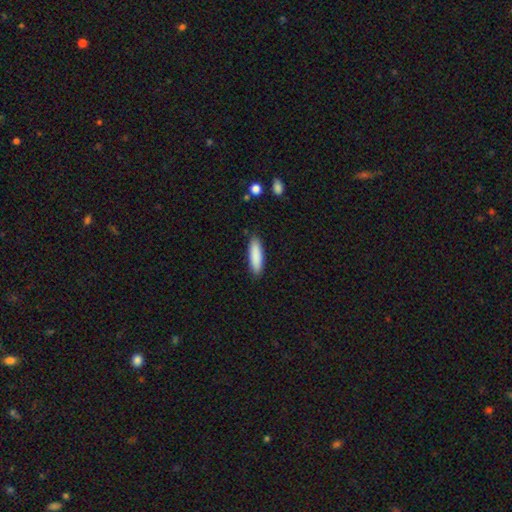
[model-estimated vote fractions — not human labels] Overall: smooth (88%). How rounded: cigar-shaped (61%; in between 38%). Merging: none (88%).